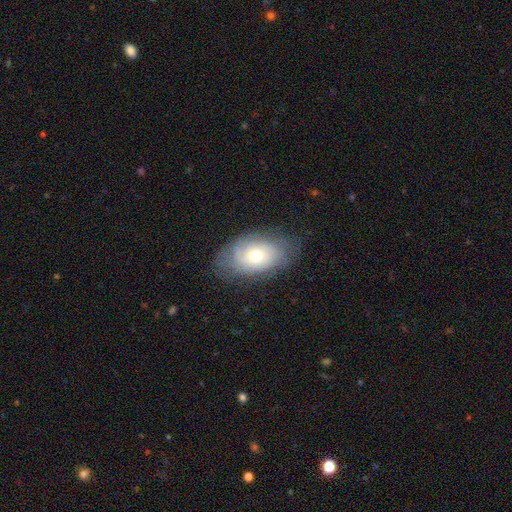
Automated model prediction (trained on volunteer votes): smooth-or-featured: smooth: 51% | featured or disk: 39% | star or artifact: 9%
  how-rounded: in between: 87% | round: 11% | cigar-shaped: 2%
  merging: none: 71% | minor disturbance: 20% | major disturbance: 8% | merger: 1%